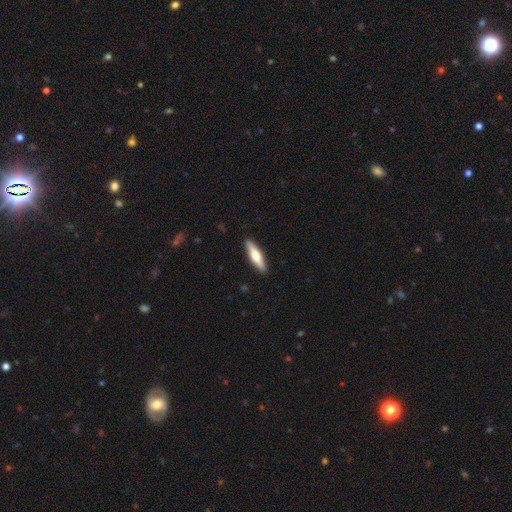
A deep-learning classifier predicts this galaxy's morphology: type=smooth (54%); roundness=cigar-shaped (72%); merging=none (90%).